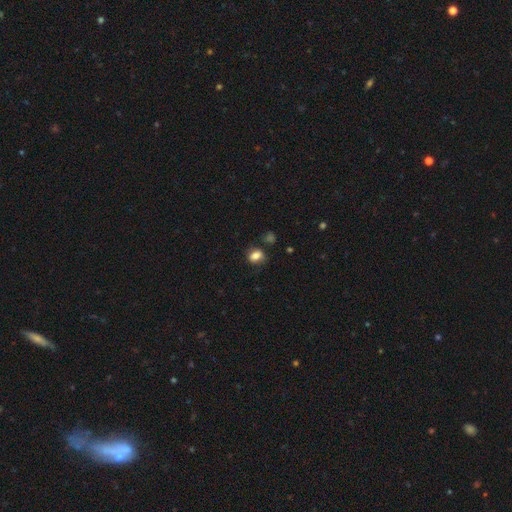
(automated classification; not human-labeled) Q: Smooth or featured?
A: smooth (81%); runner-up: star or artifact (10%)
Q: How rounded?
A: in between (63%); runner-up: round (36%)
Q: Merging?
A: none (72%); runner-up: minor disturbance (18%)